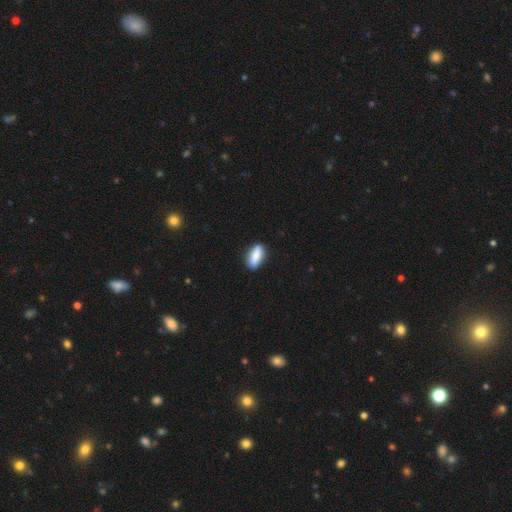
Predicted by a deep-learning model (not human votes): smooth 81%, featured or disk 12%, star or artifact 7%. Down the decision tree: how rounded — in between (70%); merging — none (87%).